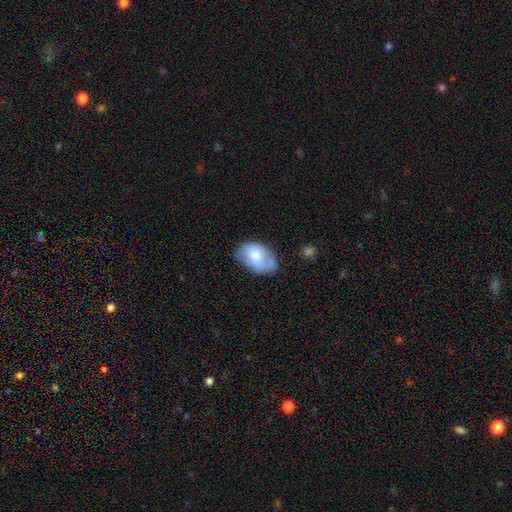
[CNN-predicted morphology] Smooth or featured? Predicted: smooth (p=0.67). How rounded? Predicted: in between (p=0.89). Merging? Predicted: none (p=0.47).